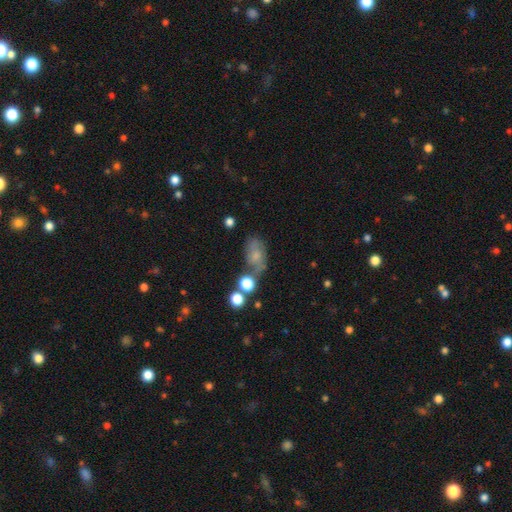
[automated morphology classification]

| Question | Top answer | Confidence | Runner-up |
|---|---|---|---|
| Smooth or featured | smooth | 53% | featured or disk (32%) |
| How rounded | in between | 79% | round (17%) |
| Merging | none | 45% | minor disturbance (25%) |